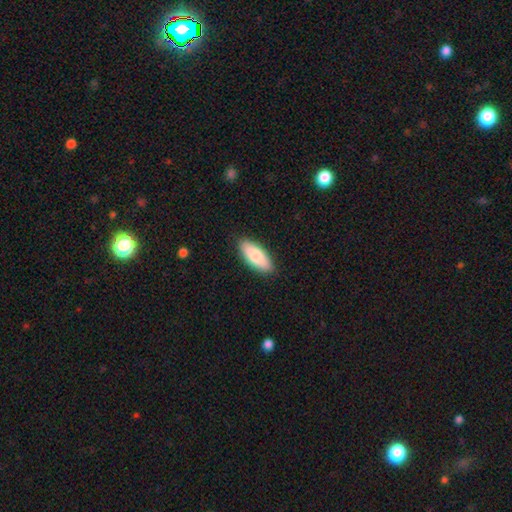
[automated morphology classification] type=smooth (80%); roundness=in between (79%); merging=none (88%).